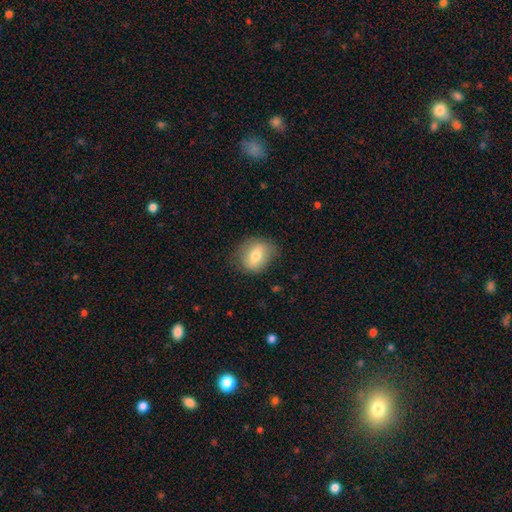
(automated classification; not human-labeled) smooth 70%, featured or disk 22%, star or artifact 8%. Down the decision tree: how rounded — in between (49%, tied with round); merging — none (75%).